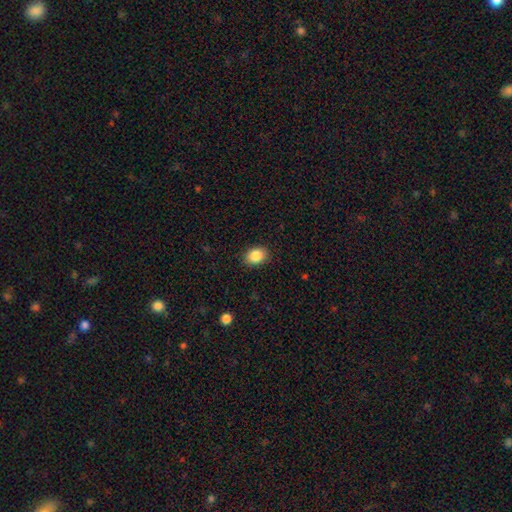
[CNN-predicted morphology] type=smooth (87%); roundness=in between (66%); merging=none (88%).